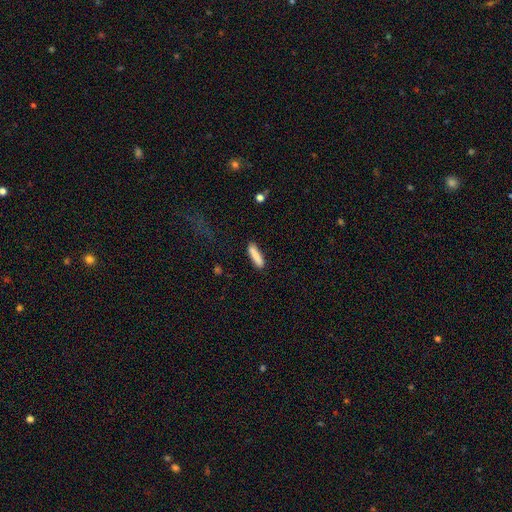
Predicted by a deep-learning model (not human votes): Smooth or featured? smooth (86%)
How rounded? cigar-shaped (80%)
Merging? none (87%)